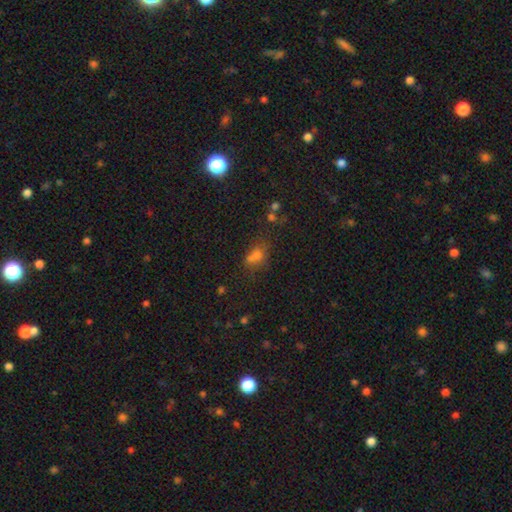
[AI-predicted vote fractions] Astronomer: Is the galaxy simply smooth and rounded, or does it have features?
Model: smooth — 60%.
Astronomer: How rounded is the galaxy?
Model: round — 50% (runner-up: in between, 47%).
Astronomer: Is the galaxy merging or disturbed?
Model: none — 45% (runner-up: merger, 33%).